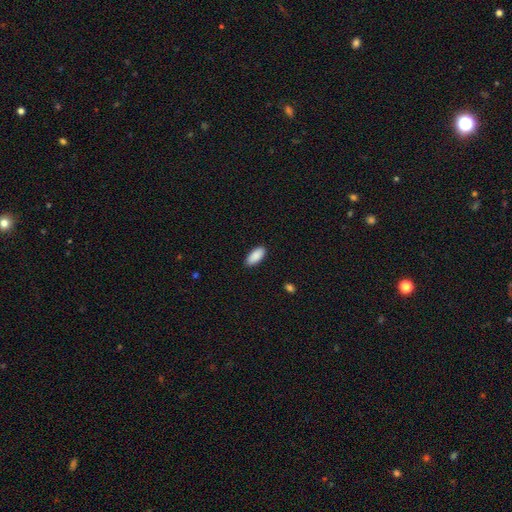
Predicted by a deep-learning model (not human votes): A smooth galaxy with no disk features (91%) that is in between round and cigar-shaped (89%). Merging: none (88%).